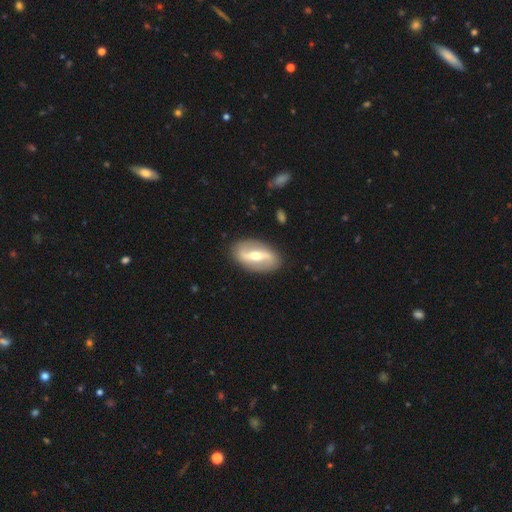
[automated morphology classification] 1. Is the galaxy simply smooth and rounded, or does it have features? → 72% featured or disk, 23% smooth, 5% star or artifact.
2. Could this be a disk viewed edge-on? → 86% no, 14% yes.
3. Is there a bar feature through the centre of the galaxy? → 62% strong, 27% weak, 11% no.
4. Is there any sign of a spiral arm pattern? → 55% yes, 45% no.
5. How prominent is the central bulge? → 71% moderate, 19% small, 8% large, 1% dominant, 1% none.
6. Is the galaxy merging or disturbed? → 87% none, 9% minor disturbance, 3% major disturbance, 1% merger.